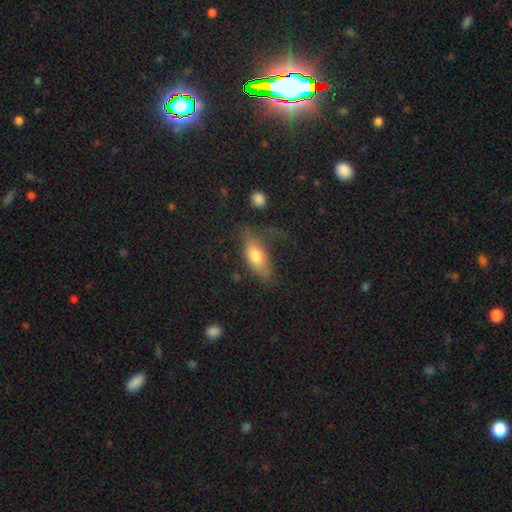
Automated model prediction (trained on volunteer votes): Smooth or featured? smooth (71%)
How rounded? in between (82%)
Merging? none (38%)